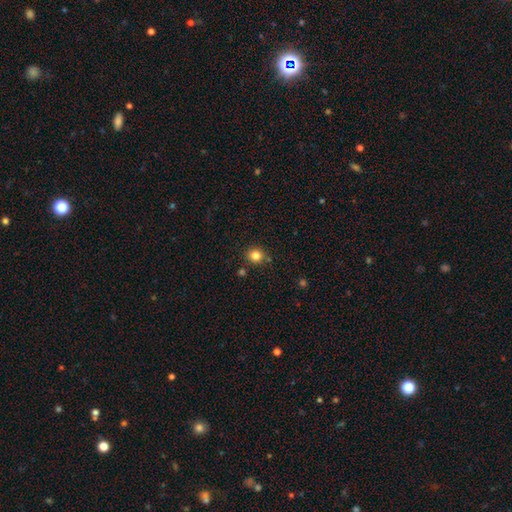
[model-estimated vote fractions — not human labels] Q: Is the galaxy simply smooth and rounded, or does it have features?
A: smooth — 82%.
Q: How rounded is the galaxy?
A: round — 85%.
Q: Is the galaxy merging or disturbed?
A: none — 84%.